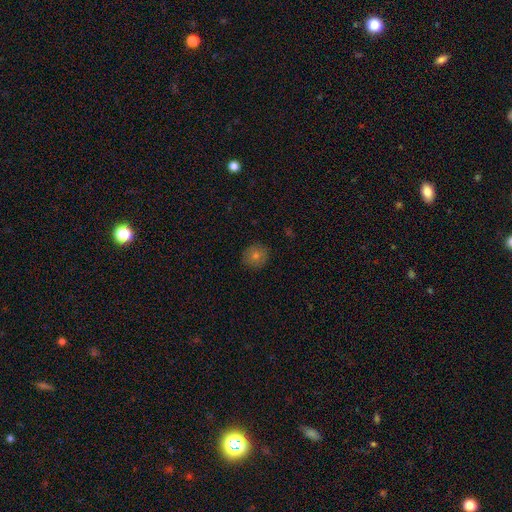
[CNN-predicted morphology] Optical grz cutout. It shows a smooth galaxy with no disk features (71%) that is round (91%). Merging: none (89%).